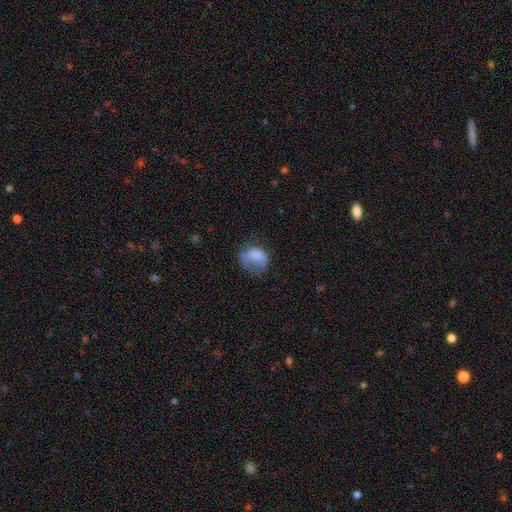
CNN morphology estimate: This is likely a smooth galaxy (71%). How rounded: possibly round (52%). Merging: marginally none (34%, tied with major disturbance).